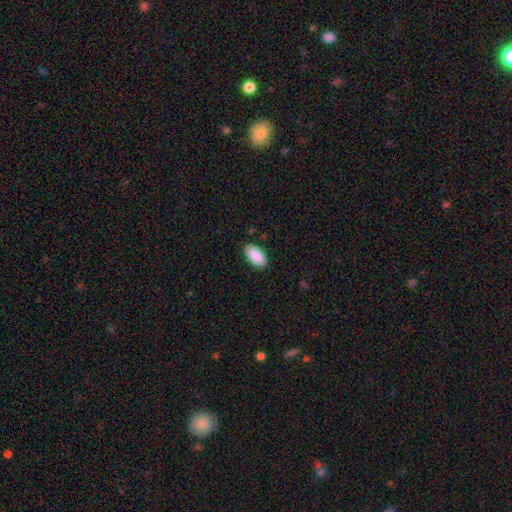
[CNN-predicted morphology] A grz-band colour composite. It shows a smooth galaxy with no disk features (91%) that is in between round and cigar-shaped (95%). Merging: none (88%).